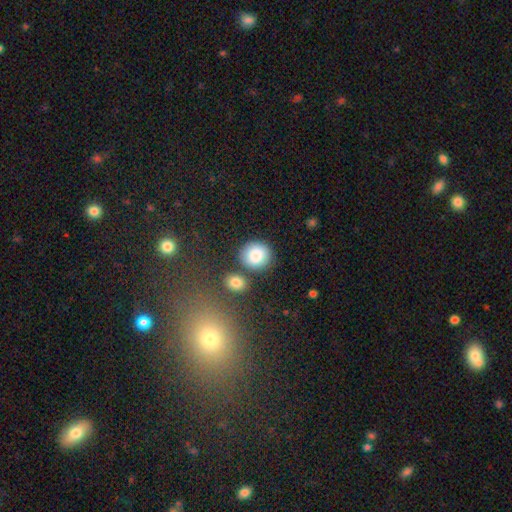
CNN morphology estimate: Smooth or featured? smooth (85%)
How rounded? round (84%)
Merging? none (75%)